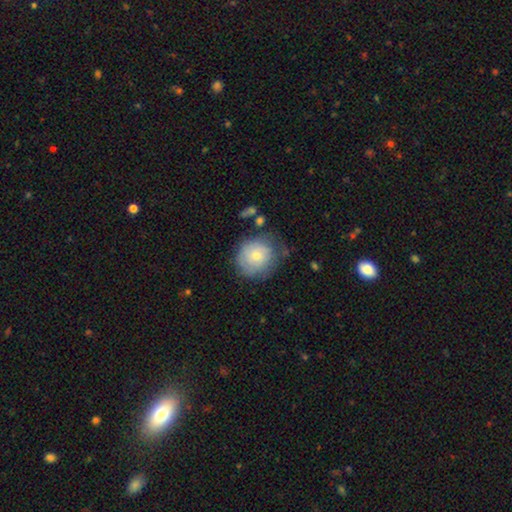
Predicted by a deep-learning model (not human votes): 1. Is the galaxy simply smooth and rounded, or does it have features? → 67% smooth, 26% featured or disk, 7% star or artifact.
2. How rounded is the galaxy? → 85% round, 14% in between, 1% cigar-shaped.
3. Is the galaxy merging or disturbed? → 60% none, 25% minor disturbance, 11% major disturbance, 4% merger.